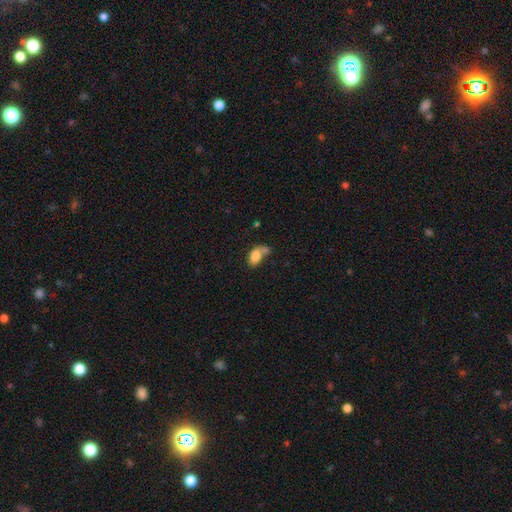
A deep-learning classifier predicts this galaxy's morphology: This appears to be a smooth galaxy with no disk features (78%) that is in between round and cigar-shaped (84%). Merging: merger (34%).